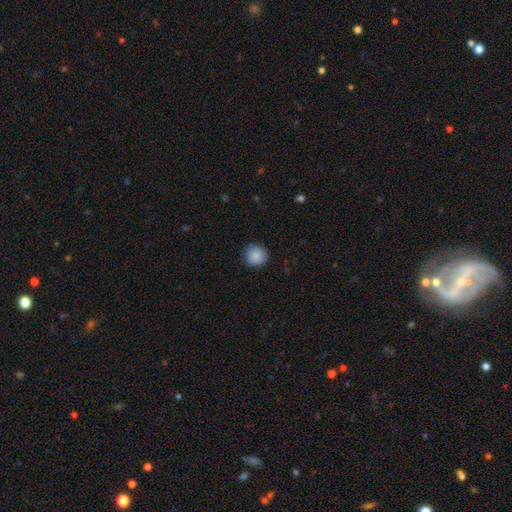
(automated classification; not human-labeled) This is clearly a smooth galaxy (89%). How rounded: clearly round (95%). Merging: clearly none (90%).